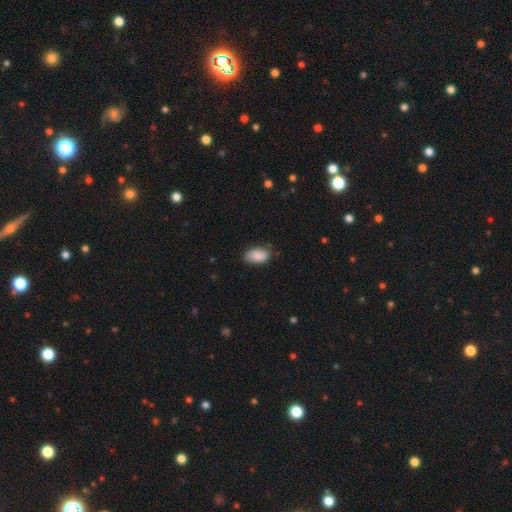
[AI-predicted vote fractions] A smooth galaxy with no disk features (88%) that is in between round and cigar-shaped (93%).

Vote fractions:
- Smooth or featured? smooth: 88% / star or artifact: 7% / featured or disk: 6%
- How rounded? in between: 93% / round: 5% / cigar-shaped: 2%
- Merging? none: 73% / minor disturbance: 22% / major disturbance: 4% / merger: 1%